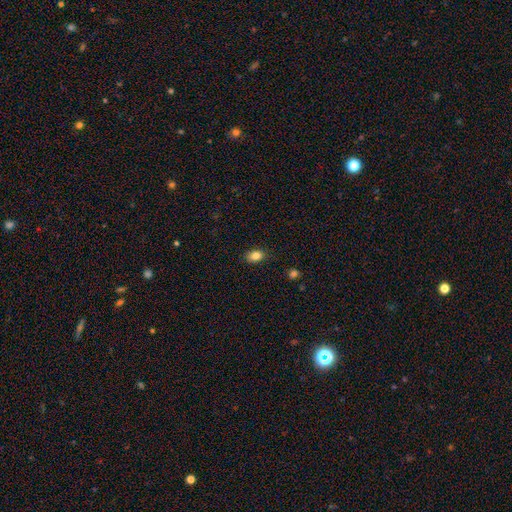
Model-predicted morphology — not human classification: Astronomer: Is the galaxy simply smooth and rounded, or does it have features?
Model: smooth — 85%.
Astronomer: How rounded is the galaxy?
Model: in between — 83%.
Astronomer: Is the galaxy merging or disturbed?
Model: none — 84%.